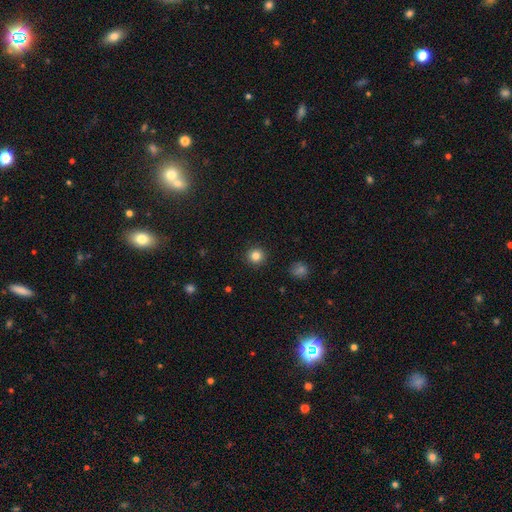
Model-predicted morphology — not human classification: Q: Smooth or featured?
A: smooth (84%); runner-up: star or artifact (11%)
Q: How rounded?
A: round (94%); runner-up: in between (5%)
Q: Merging?
A: none (92%); runner-up: minor disturbance (5%)